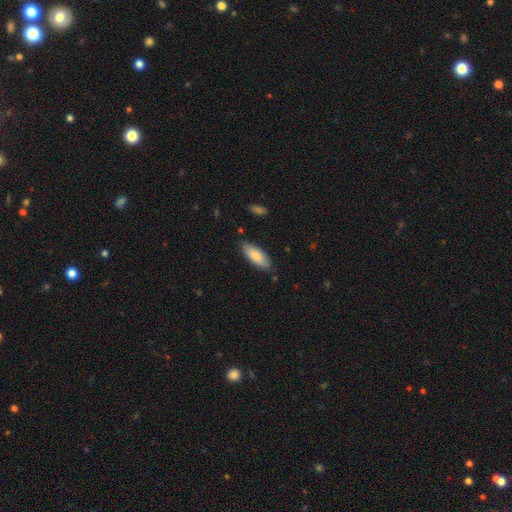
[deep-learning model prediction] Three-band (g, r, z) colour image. It shows a smooth galaxy with no disk features (83%) that is in between round and cigar-shaped (74%). Merging: none (83%).